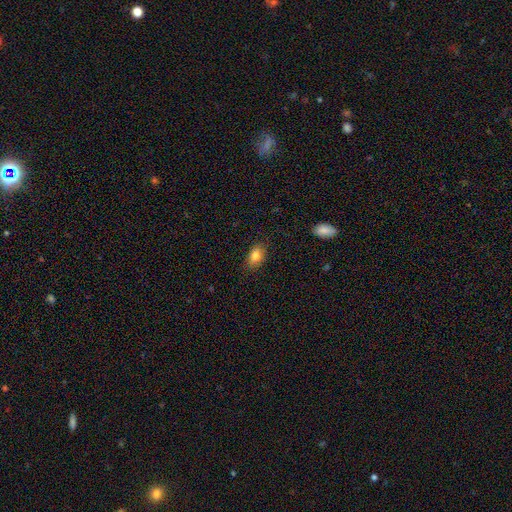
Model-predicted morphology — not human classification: Smooth or featured? Predicted: smooth (p=0.81). How rounded? Predicted: in between (p=0.85). Merging? Predicted: none (p=0.85).